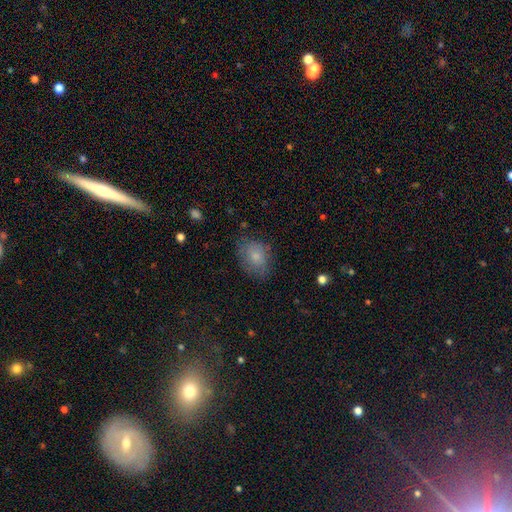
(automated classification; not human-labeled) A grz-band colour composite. It shows a smooth galaxy with no disk features (78%) that is in between round and cigar-shaped (68%). Merging: none (68%).